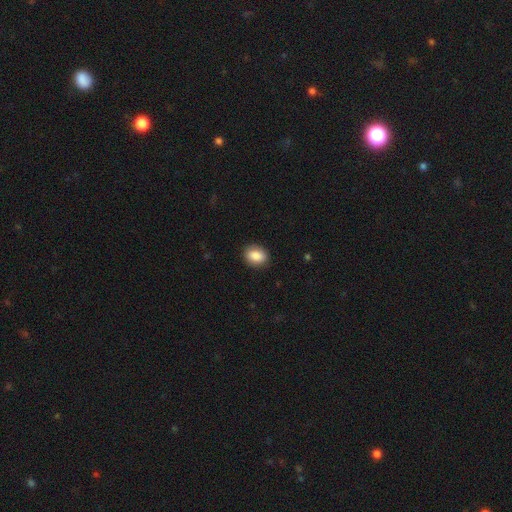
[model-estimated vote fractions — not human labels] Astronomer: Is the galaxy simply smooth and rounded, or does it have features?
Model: smooth — 88%.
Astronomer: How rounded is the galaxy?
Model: in between — 66%.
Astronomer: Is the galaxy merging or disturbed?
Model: none — 88%.